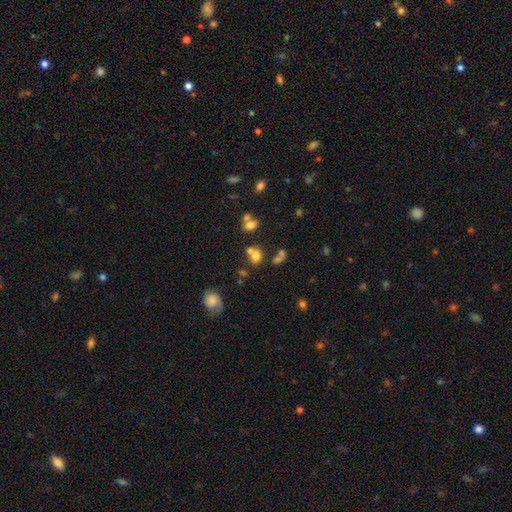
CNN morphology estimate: Smooth or featured? smooth (70%)
How rounded? round (54%)
Merging? none (44%)